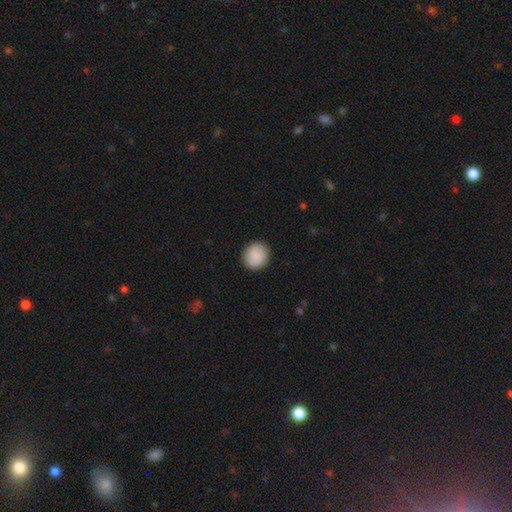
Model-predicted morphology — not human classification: A smooth galaxy with no disk features (88%) that is round (81%). Merging: none (89%).